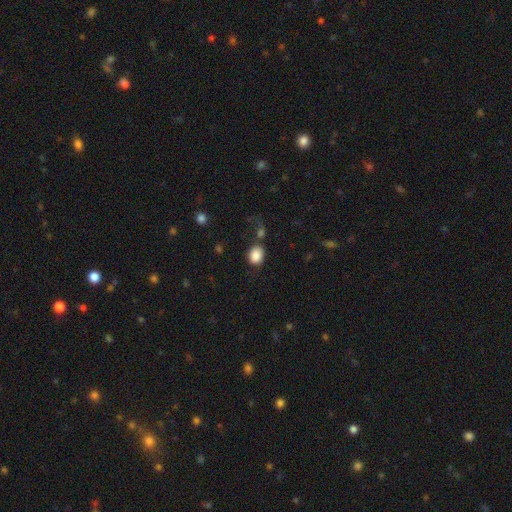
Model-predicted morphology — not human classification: Smooth or featured: smooth — 86% (star or artifact — 9%)
How rounded: round — 51% (in between — 48%)
Merging: none — 68% (minor disturbance — 16%)